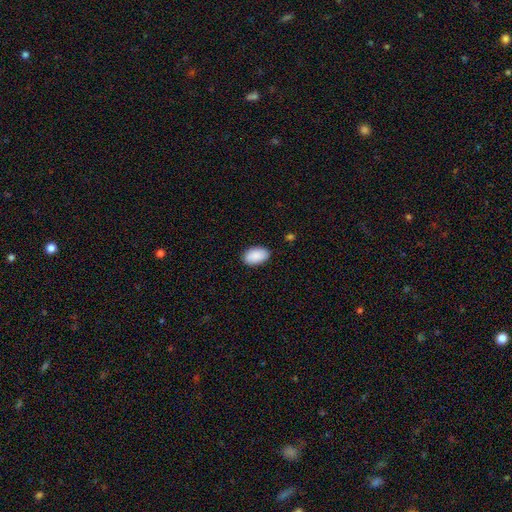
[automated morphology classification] Smooth or featured?
  - smooth: 90% *
  - star or artifact: 6%
  - featured or disk: 4%
How rounded?
  - in between: 94% *
  - round: 5%
  - cigar-shaped: 1%
Merging?
  - none: 86% *
  - minor disturbance: 10%
  - major disturbance: 2%
  - merger: 1%